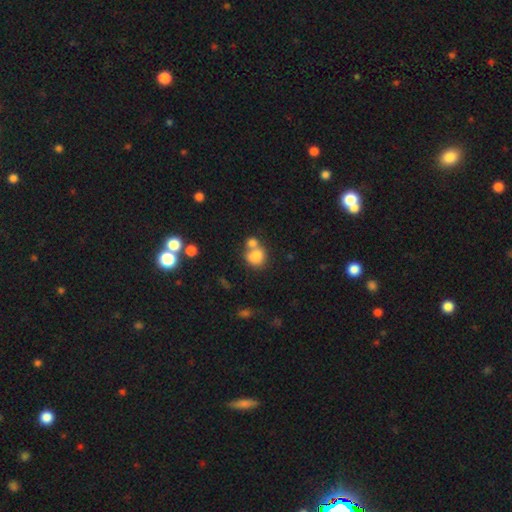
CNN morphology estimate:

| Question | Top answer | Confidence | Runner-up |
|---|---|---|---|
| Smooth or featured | smooth | 80% | star or artifact (10%) |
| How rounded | round | 67% | in between (32%) |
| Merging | merger | 48% | none (37%) |